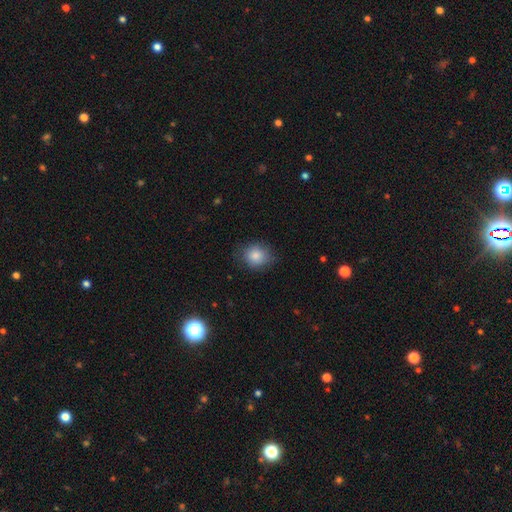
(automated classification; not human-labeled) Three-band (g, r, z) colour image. It shows a smooth galaxy with no disk features (84%) that is round (66%). Merging: none (78%).